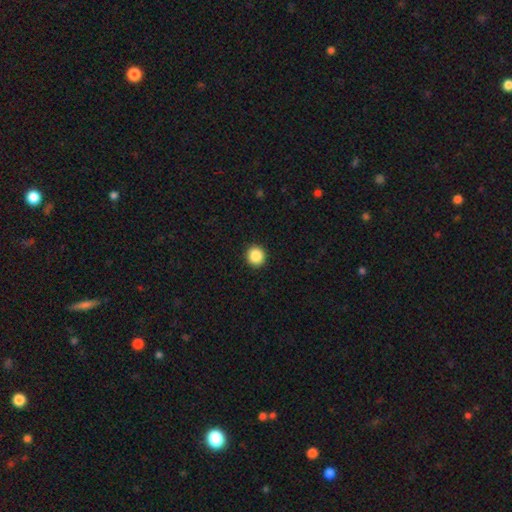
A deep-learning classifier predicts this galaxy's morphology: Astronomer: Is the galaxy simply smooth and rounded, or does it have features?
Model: smooth — 88%.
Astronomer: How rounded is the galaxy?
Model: round — 92%.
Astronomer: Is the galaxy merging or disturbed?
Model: none — 93%.